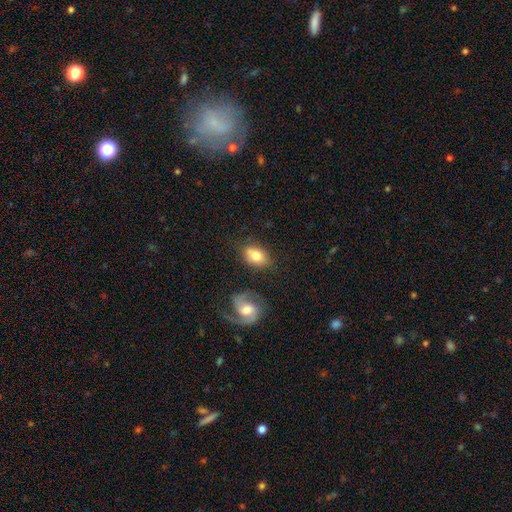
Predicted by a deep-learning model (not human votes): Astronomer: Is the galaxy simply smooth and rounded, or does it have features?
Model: smooth — 73%.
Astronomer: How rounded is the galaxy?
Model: in between — 83%.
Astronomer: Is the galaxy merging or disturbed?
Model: none — 64%.